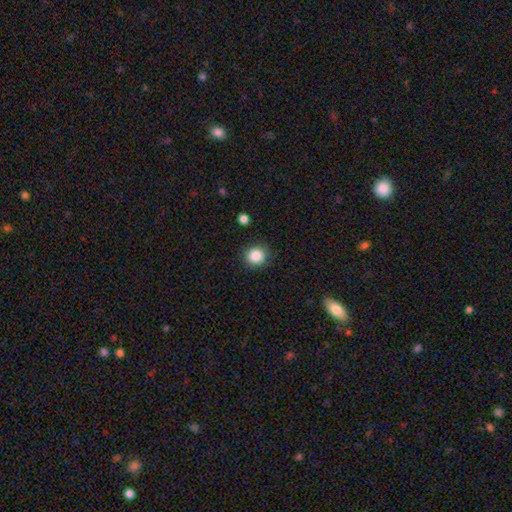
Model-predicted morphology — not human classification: A smooth galaxy with no disk features (86%) that is round (90%).

Vote fractions:
- Smooth or featured? smooth: 86% / star or artifact: 10% / featured or disk: 4%
- How rounded? round: 90% / in between: 9% / cigar-shaped: 1%
- Merging? none: 89% / minor disturbance: 8% / major disturbance: 2% / merger: 1%